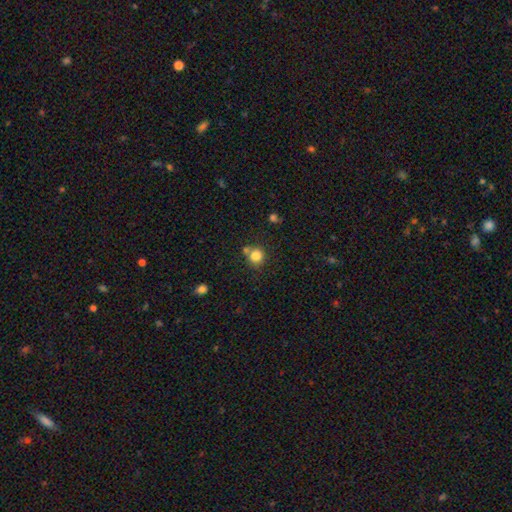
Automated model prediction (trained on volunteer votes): Smooth or featured: smooth — 83% (star or artifact — 11%)
How rounded: round — 89% (in between — 10%)
Merging: none — 67% (merger — 20%)